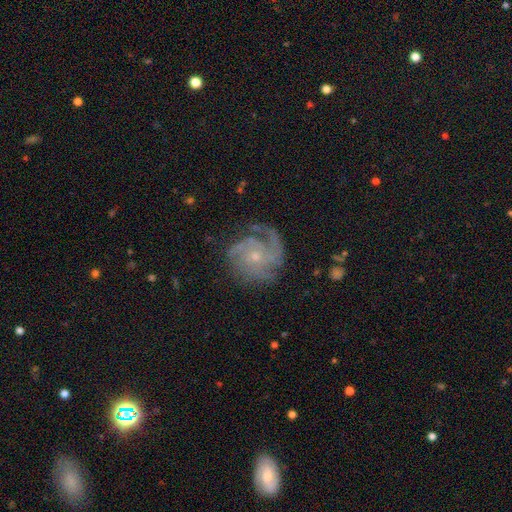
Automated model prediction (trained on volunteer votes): Smooth or featured? featured or disk (85%)
Edge-on disk? no (98%)
Bar? no (77%)
Spiral arms? yes (97%)
Spiral winding? tight (53%)
Spiral arm count? 3 (36%)
Bulge size? small (74%)
Merging? none (69%)